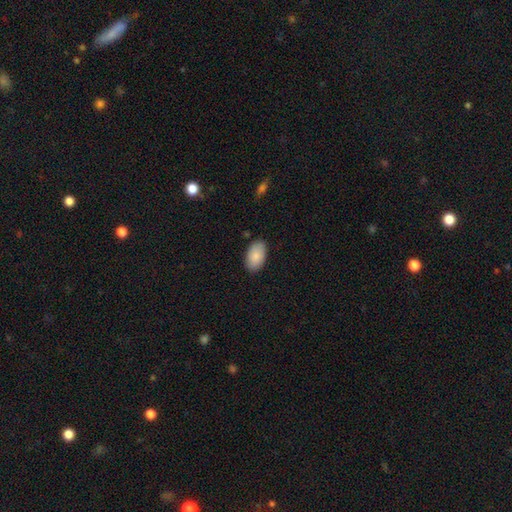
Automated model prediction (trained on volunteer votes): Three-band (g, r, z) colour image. It shows a smooth galaxy with no disk features (88%) that is in between round and cigar-shaped (95%). Merging: none (86%).